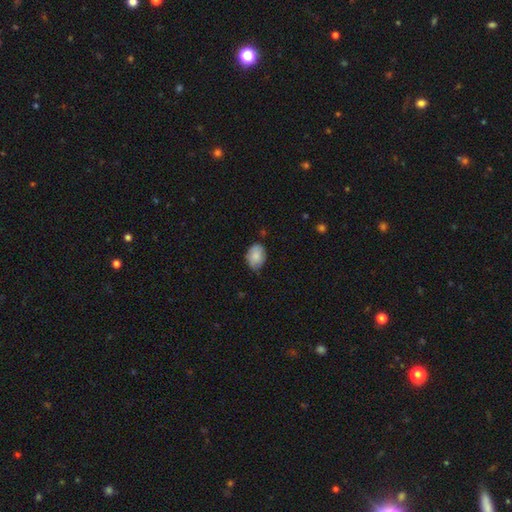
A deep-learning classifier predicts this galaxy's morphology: Smooth or featured? Predicted: smooth (p=0.82). How rounded? Predicted: in between (p=0.74). Merging? Predicted: none (p=0.66).